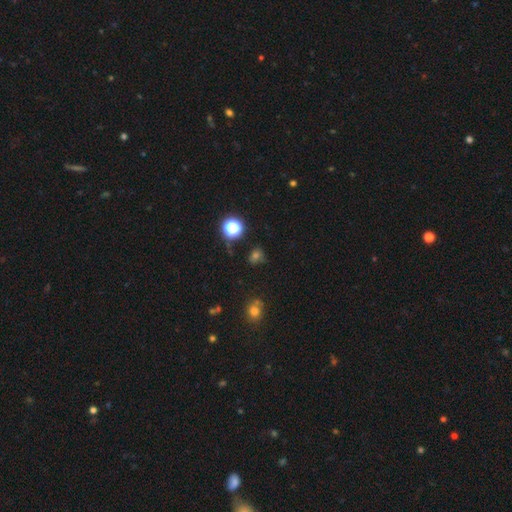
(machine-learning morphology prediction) The model was most divided on "smooth or featured": smooth: 46%, star or artifact: 44%, featured or disk: 10%. More confident: merging — none (75%).